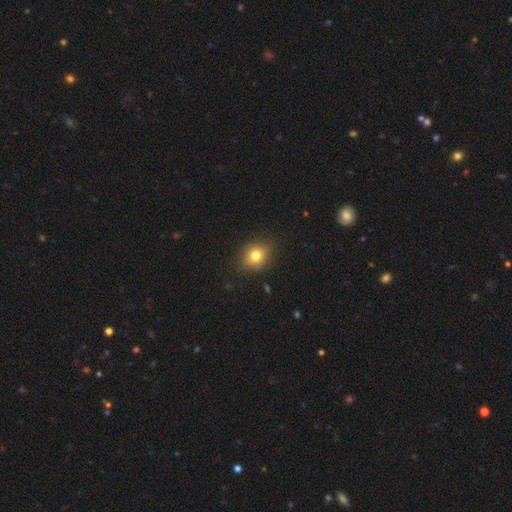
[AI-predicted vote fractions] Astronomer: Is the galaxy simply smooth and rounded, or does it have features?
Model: smooth — 78%.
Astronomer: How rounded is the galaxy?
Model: round — 57% (runner-up: in between, 42%).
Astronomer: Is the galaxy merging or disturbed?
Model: none — 83%.